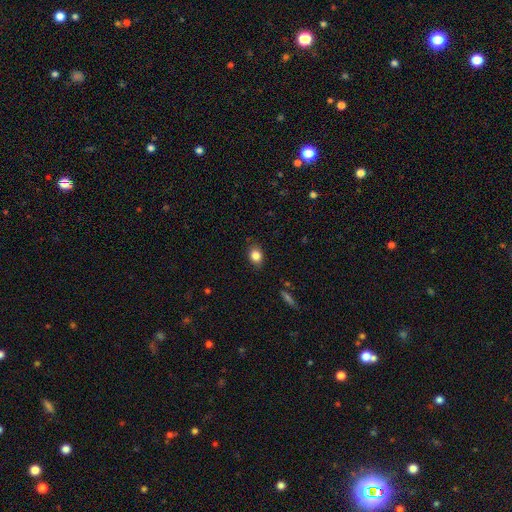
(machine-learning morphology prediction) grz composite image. It shows a smooth galaxy with no disk features (84%) that is in between round and cigar-shaped (60%). Merging: none (83%).